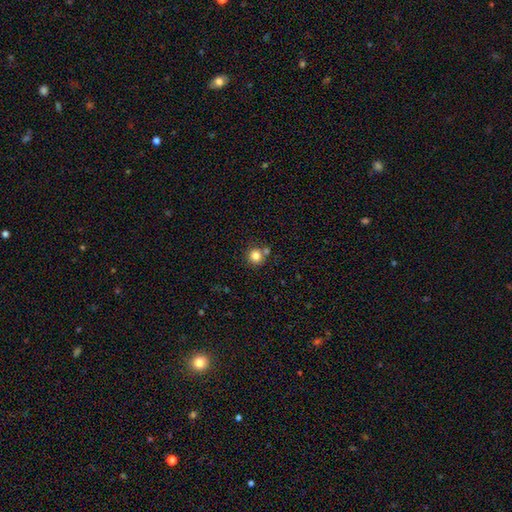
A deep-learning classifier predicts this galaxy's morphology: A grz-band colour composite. It shows a smooth galaxy with no disk features (82%) that is round (93%). Merging: none (73%).